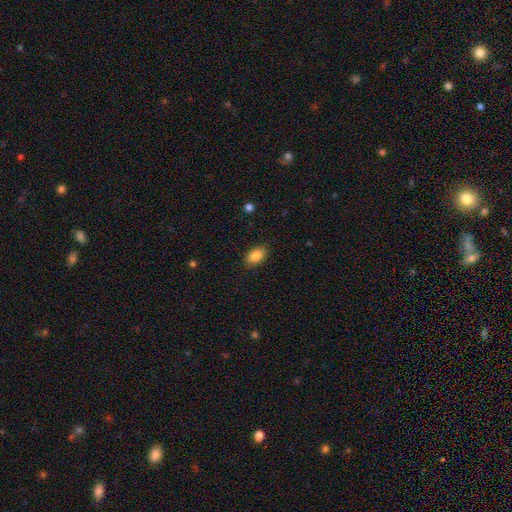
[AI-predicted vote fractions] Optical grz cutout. It shows a smooth galaxy with no disk features (85%) that is in between round and cigar-shaped (88%). Merging: none (85%).